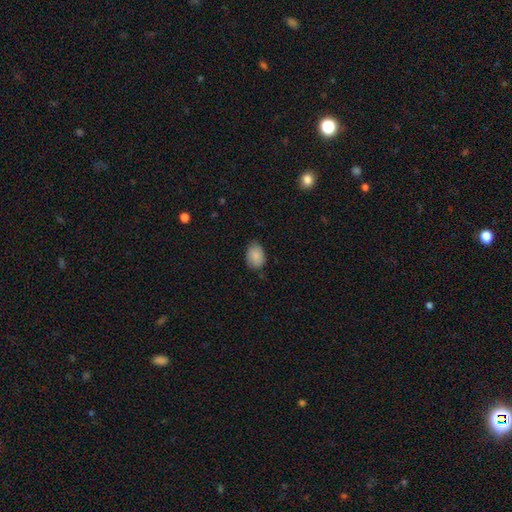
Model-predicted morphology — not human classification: Smooth or featured?
  - smooth: 86% *
  - star or artifact: 7%
  - featured or disk: 7%
How rounded?
  - in between: 80% *
  - round: 19%
  - cigar-shaped: 1%
Merging?
  - none: 75% *
  - minor disturbance: 20%
  - major disturbance: 3%
  - merger: 1%